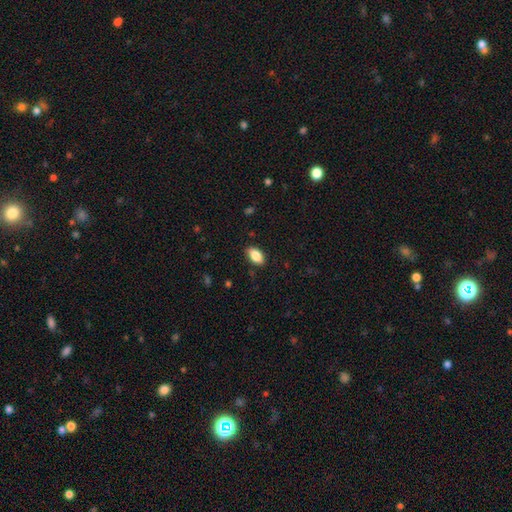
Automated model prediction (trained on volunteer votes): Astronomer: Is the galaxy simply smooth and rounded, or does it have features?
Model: smooth — 86%.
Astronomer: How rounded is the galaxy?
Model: in between — 92%.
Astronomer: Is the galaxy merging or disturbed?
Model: none — 87%.